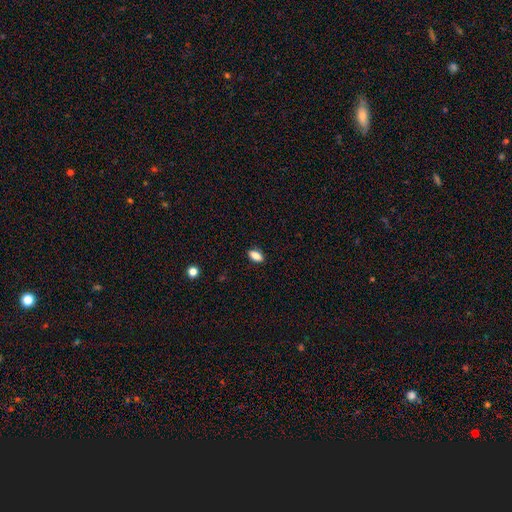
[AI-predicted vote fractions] Smooth or featured?
  - smooth: 84% *
  - star or artifact: 9%
  - featured or disk: 7%
How rounded?
  - in between: 85% *
  - cigar-shaped: 10%
  - round: 5%
Merging?
  - none: 88% *
  - minor disturbance: 9%
  - major disturbance: 2%
  - merger: 1%